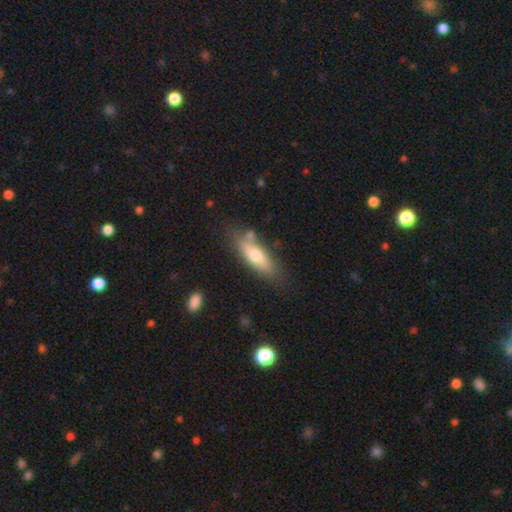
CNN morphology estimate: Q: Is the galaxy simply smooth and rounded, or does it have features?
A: smooth — 70%.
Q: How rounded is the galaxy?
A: in between — 57%.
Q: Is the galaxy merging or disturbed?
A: none — 65%.